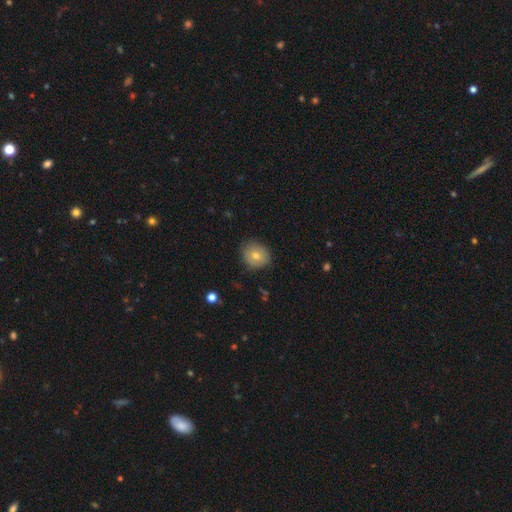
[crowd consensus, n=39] This appears to be a smooth galaxy with no disk features (74%) that is round (79%). Merging: none (72%).